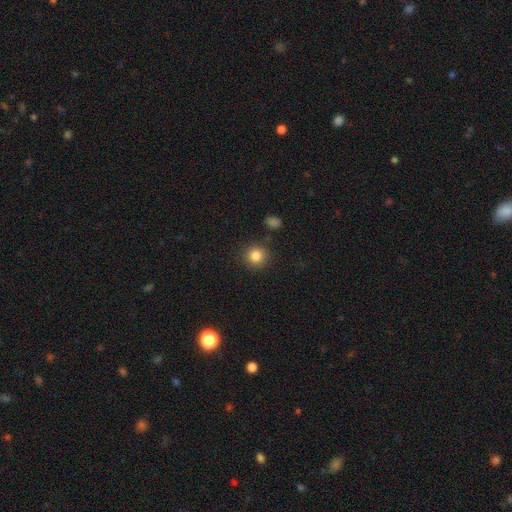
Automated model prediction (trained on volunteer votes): Overall: smooth (85%). How rounded: round (92%). Merging: none (87%).